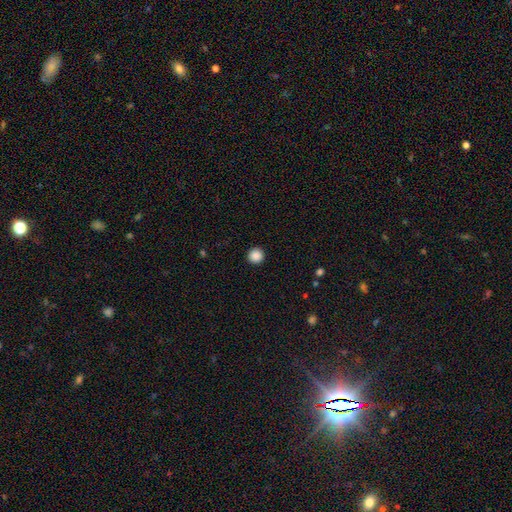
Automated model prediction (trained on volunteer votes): smooth 88%, star or artifact 9%, featured or disk 2%. Down the decision tree: how rounded — round (96%); merging — none (94%).